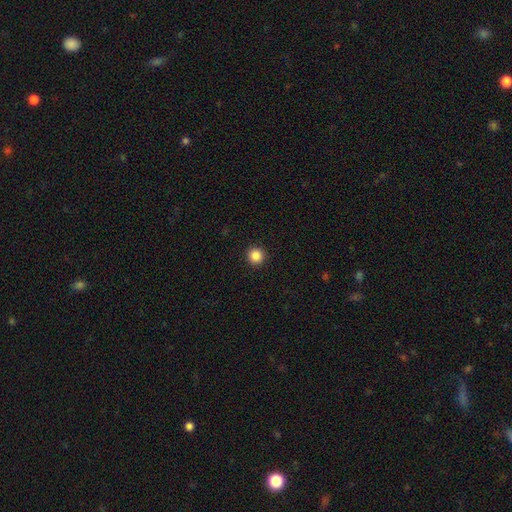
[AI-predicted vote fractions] Smooth or featured? smooth (87%)
How rounded? round (96%)
Merging? none (93%)